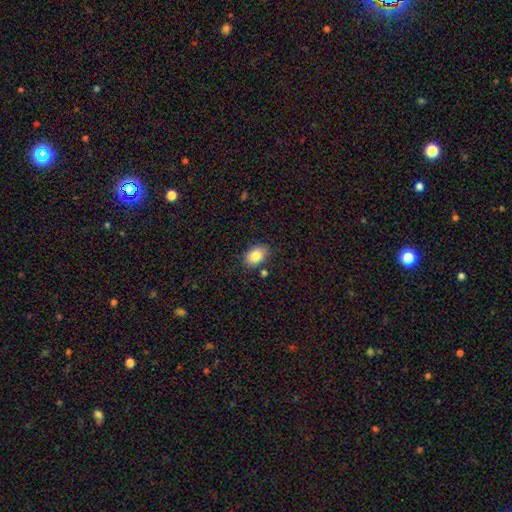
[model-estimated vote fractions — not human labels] The model was most divided on "how rounded": in between: 81%, round: 18%, cigar-shaped: 1%. More confident: smooth or featured — smooth (86%); merging — none (80%).